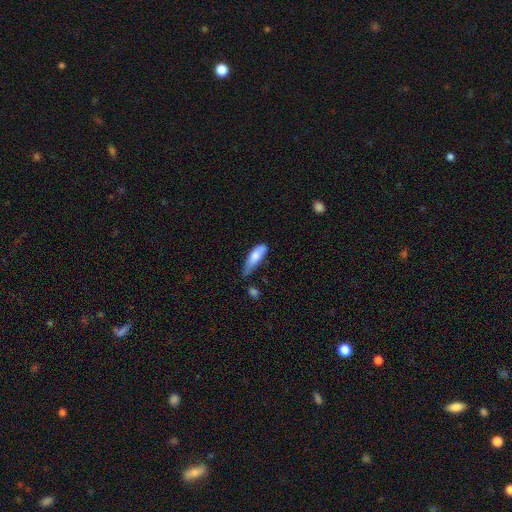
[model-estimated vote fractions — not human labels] Morphology: type=smooth (72%); roundness=in between (59%); merging=minor disturbance (45%).